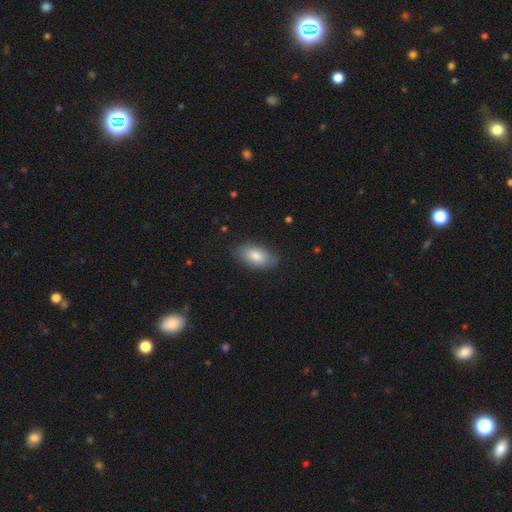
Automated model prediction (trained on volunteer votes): Smooth or featured? smooth (81%)
How rounded? in between (93%)
Merging? none (82%)